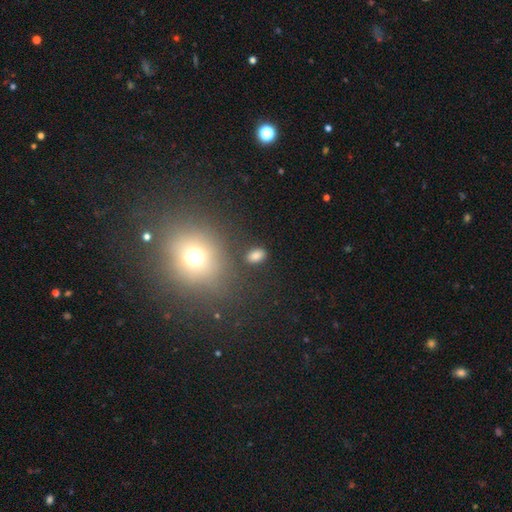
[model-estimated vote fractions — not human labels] Smooth or featured? Predicted: smooth (p=0.80). How rounded? Predicted: in between (p=0.80). Merging? Predicted: none (p=0.80).